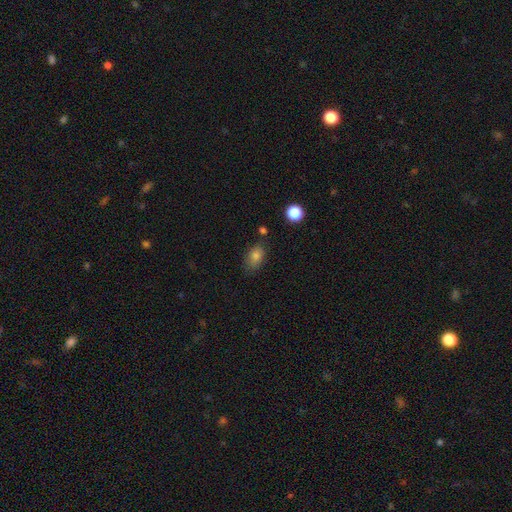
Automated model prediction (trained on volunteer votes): Overall: smooth (81%). How rounded: in between (84%). Merging: none (70%).